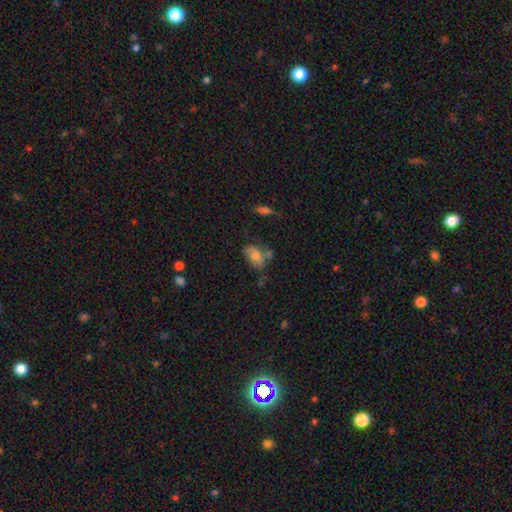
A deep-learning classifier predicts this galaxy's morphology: A smooth galaxy with no disk features (70%) that is in between round and cigar-shaped (87%).

Vote fractions:
- Smooth or featured? smooth: 70% / featured or disk: 21% / star or artifact: 10%
- How rounded? in between: 87% / round: 10% / cigar-shaped: 2%
- Merging? none: 45% / minor disturbance: 26% / merger: 18% / major disturbance: 12%